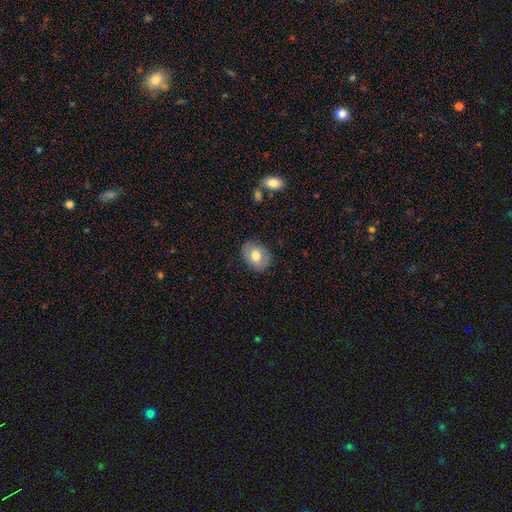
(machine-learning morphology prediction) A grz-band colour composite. It shows a smooth galaxy with no disk features (74%) that is in between round and cigar-shaped (61%). Merging: none (85%).